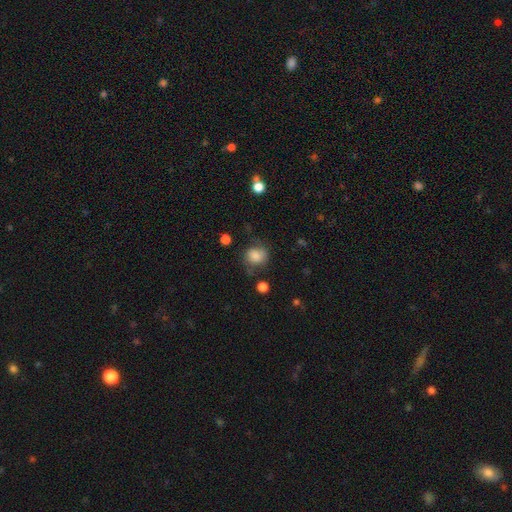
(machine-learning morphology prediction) The model was most divided on "merging": none: 56%, minor disturbance: 26%, major disturbance: 14%, merger: 3%. More confident: smooth or featured — smooth (75%); how rounded — round (69%).